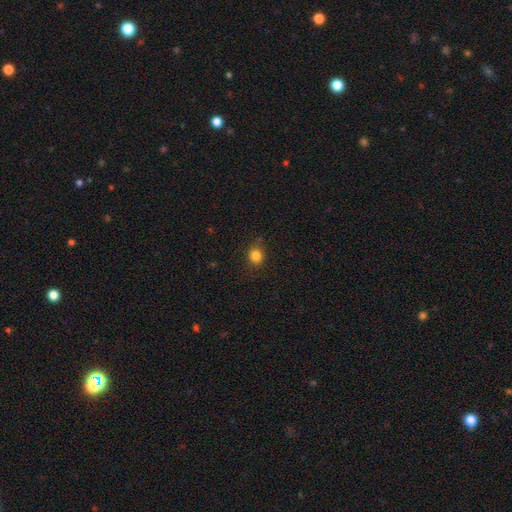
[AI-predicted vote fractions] A smooth galaxy with no disk features (83%) that is round (76%). Merging: none (84%).